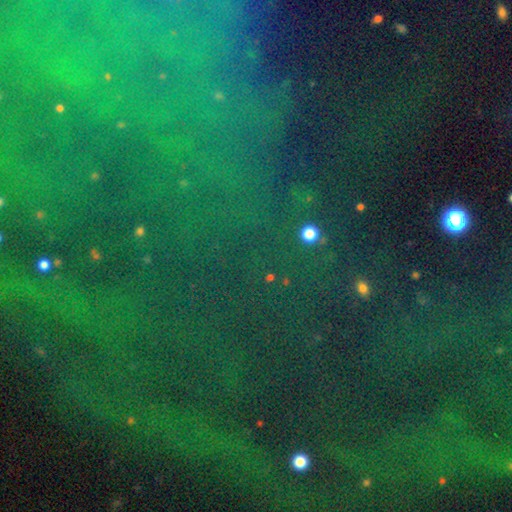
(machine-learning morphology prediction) This appears to be a star or artifact, not a galaxy (81%).